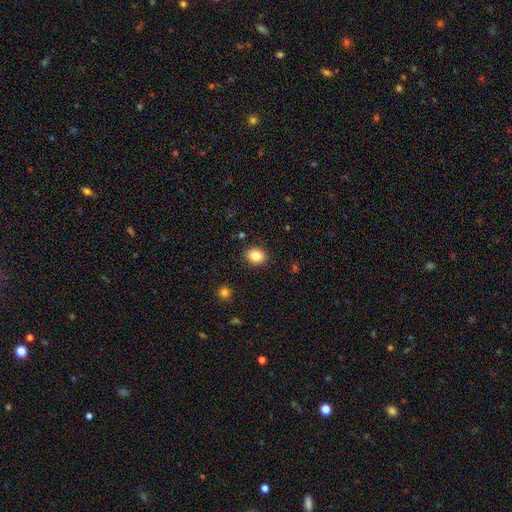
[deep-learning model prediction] A smooth galaxy with no disk features (85%) that is round (53%). Merging: none (89%).